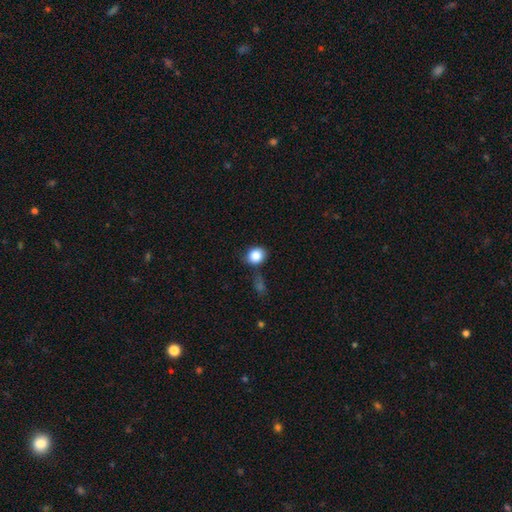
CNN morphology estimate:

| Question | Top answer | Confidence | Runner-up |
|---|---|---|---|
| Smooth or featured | smooth | 86% | star or artifact (9%) |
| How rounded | round | 73% | in between (26%) |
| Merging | none | 61% | minor disturbance (22%) |